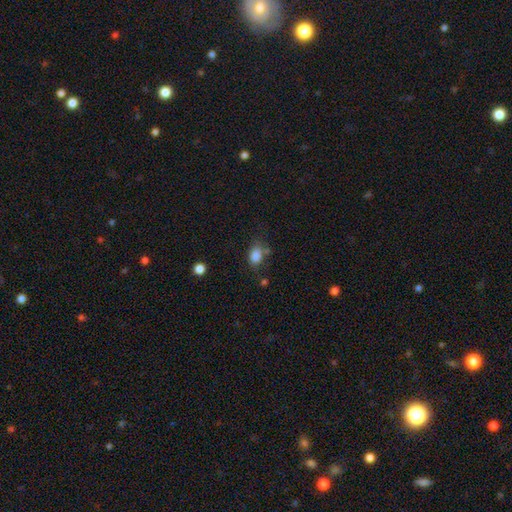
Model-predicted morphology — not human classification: A smooth galaxy with no disk features (83%) that is in between round and cigar-shaped (77%).

Vote fractions:
- Smooth or featured? smooth: 83% / star or artifact: 11% / featured or disk: 6%
- How rounded? in between: 77% / round: 21% / cigar-shaped: 2%
- Merging? none: 59% / minor disturbance: 23% / merger: 10% / major disturbance: 9%